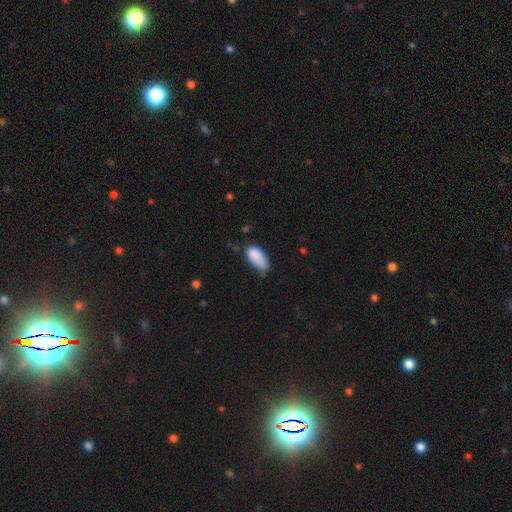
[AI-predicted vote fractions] A smooth galaxy with no disk features (83%) that is in between round and cigar-shaped (91%). Merging: minor disturbance (42%).